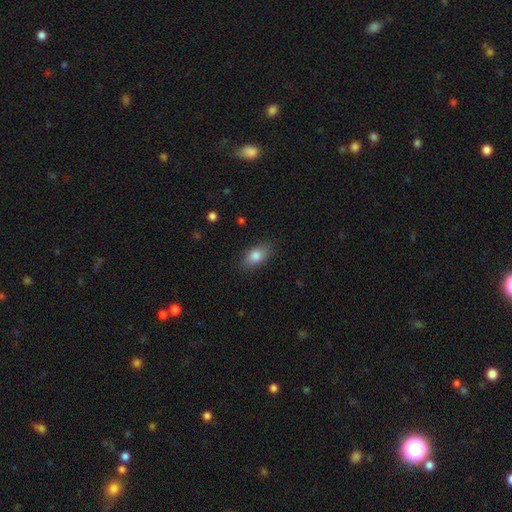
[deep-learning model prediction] Smooth or featured?
  - smooth: 83% *
  - featured or disk: 9%
  - star or artifact: 8%
How rounded?
  - in between: 88% *
  - round: 8%
  - cigar-shaped: 4%
Merging?
  - none: 84% *
  - minor disturbance: 12%
  - major disturbance: 3%
  - merger: 1%